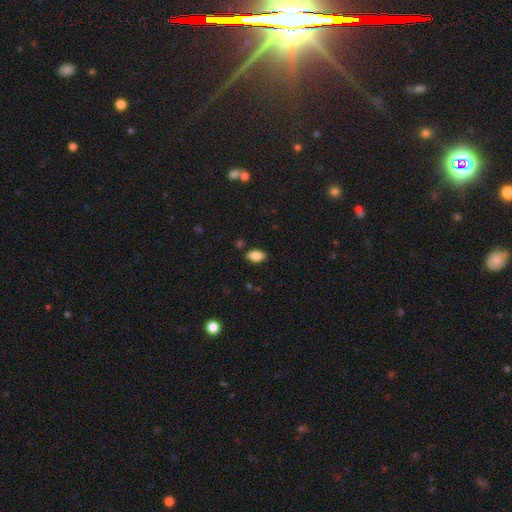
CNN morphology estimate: Smooth or featured?
  - smooth: 84% *
  - star or artifact: 8%
  - featured or disk: 8%
How rounded?
  - in between: 91% *
  - round: 5%
  - cigar-shaped: 4%
Merging?
  - none: 85% *
  - minor disturbance: 11%
  - major disturbance: 2%
  - merger: 2%